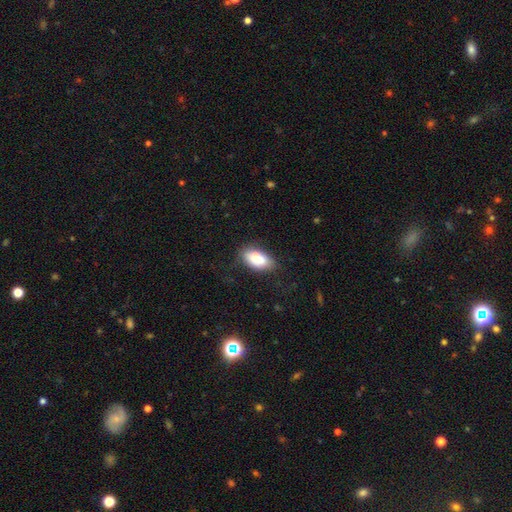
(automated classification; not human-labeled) Overall: smooth (83%). How rounded: in between (92%). Merging: none (67%).